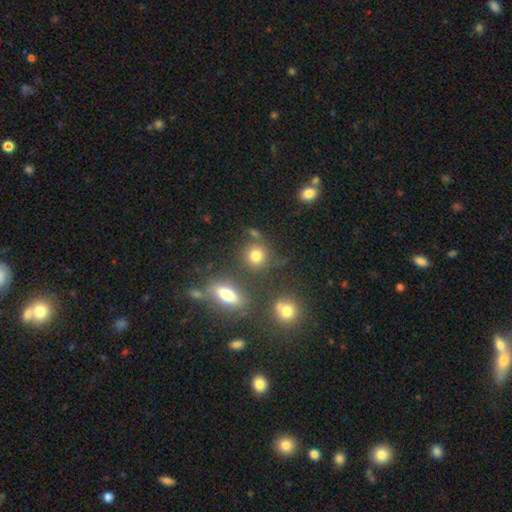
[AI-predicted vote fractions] A smooth galaxy with no disk features (76%) that is round (85%).

Vote fractions:
- Smooth or featured? smooth: 76% / star or artifact: 15% / featured or disk: 9%
- How rounded? round: 85% / in between: 13% / cigar-shaped: 2%
- Merging? none: 70% / merger: 14% / minor disturbance: 11% / major disturbance: 5%